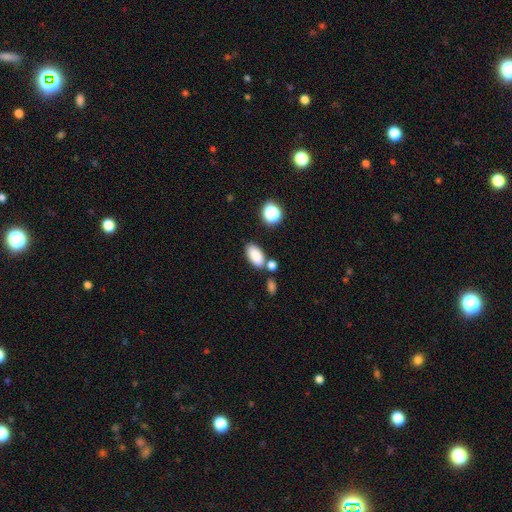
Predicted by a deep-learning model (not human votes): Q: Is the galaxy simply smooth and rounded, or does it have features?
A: smooth — 84%.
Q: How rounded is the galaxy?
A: in between — 92%.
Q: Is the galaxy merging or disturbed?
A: none — 68%.